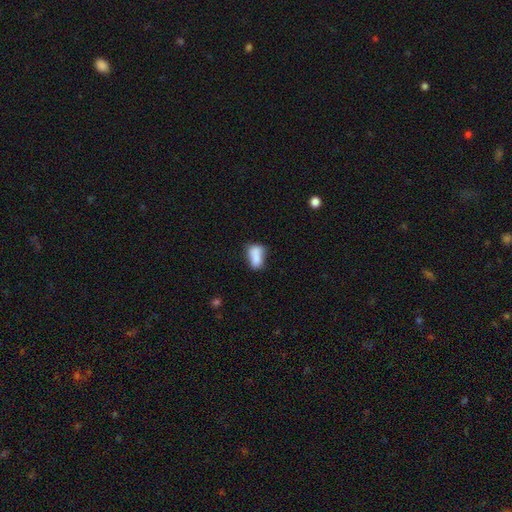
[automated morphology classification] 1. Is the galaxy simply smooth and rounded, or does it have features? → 75% smooth, 15% featured or disk, 9% star or artifact.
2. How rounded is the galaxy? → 84% in between, 11% round, 5% cigar-shaped.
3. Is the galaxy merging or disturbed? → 38% merger, 32% none, 20% minor disturbance, 10% major disturbance.